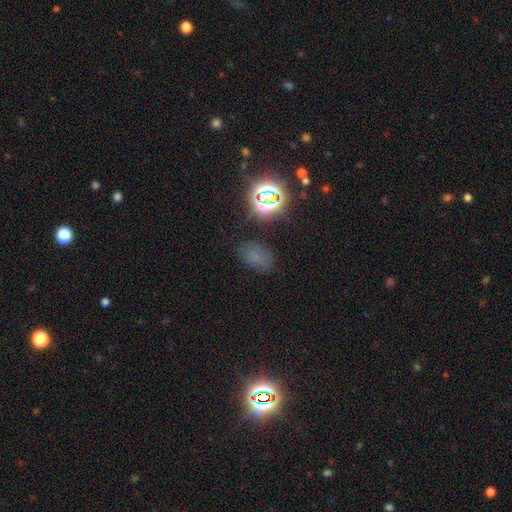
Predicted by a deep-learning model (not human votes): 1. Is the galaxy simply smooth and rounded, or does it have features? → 57% smooth, 33% star or artifact, 10% featured or disk.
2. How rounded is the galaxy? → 82% in between, 16% round, 2% cigar-shaped.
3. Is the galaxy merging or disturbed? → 76% none, 16% minor disturbance, 6% major disturbance, 3% merger.